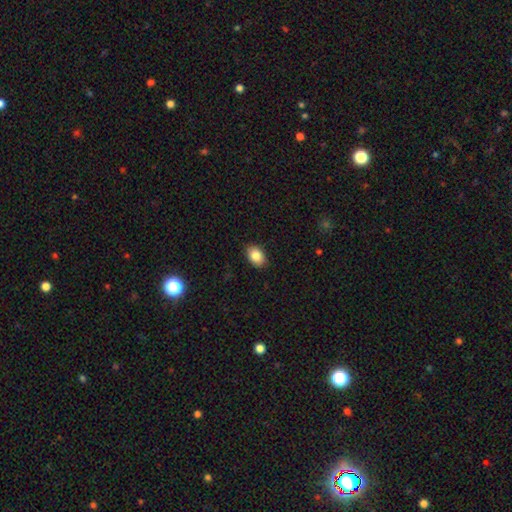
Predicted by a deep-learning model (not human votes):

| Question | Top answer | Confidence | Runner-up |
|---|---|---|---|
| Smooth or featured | smooth | 85% | star or artifact (8%) |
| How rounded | in between | 83% | round (16%) |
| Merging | none | 88% | minor disturbance (9%) |